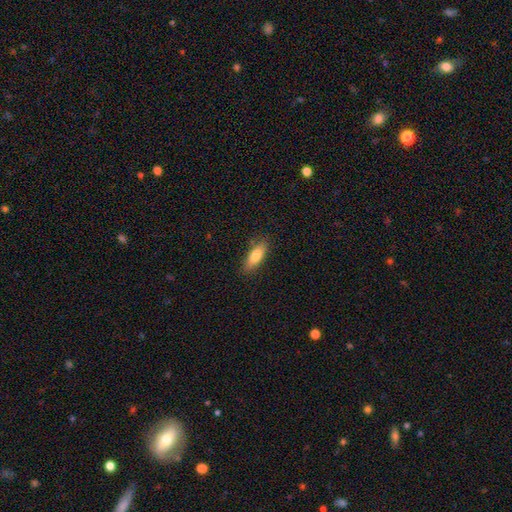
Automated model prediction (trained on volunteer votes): The model was most divided on "how rounded": in between: 66%, cigar-shaped: 32%, round: 2%. More confident: merging — none (83%); smooth or featured — smooth (78%).